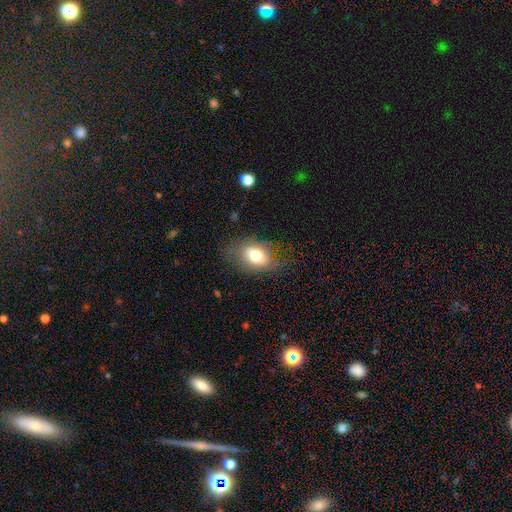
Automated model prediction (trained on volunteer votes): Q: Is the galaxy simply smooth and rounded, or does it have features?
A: smooth — 72%.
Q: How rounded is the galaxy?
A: in between — 78%.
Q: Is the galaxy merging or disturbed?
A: none — 66%.